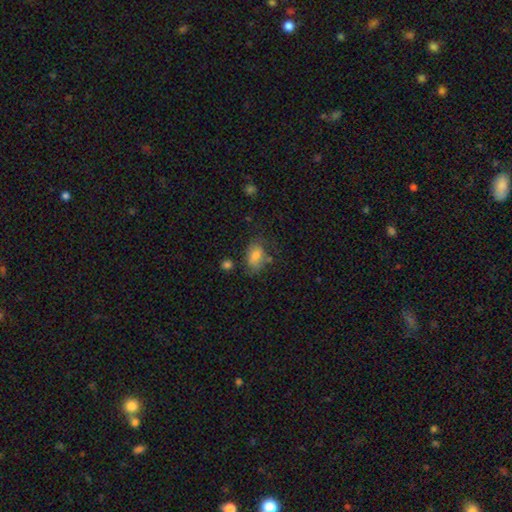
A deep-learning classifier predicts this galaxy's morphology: This is likely a smooth galaxy (74%). How rounded: clearly in between (84%). Merging: possibly none (59%).